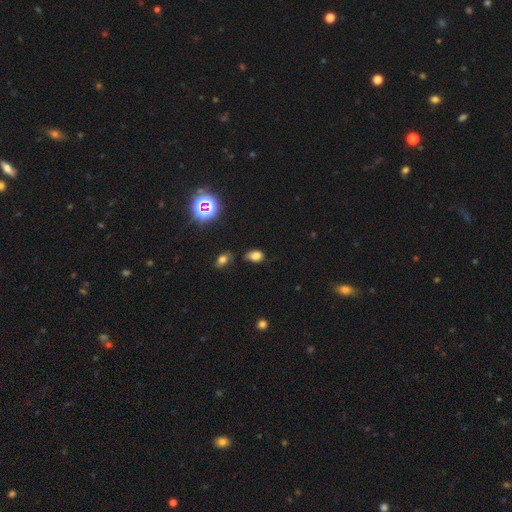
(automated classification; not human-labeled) This appears to be a smooth galaxy with no disk features (74%) that is in between round and cigar-shaped (81%). Merging: none (57%).